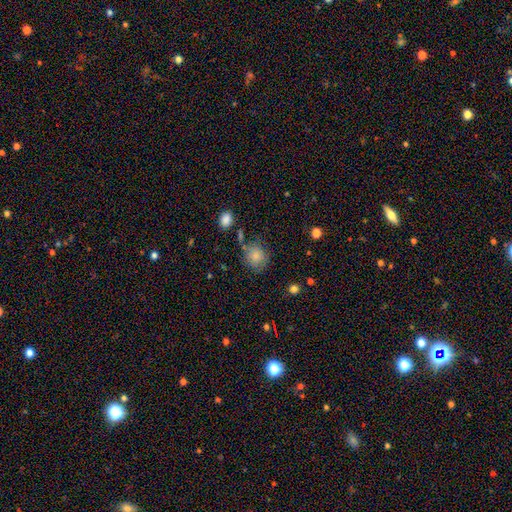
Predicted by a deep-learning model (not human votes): Overall: smooth (81%). How rounded: round (78%). Merging: none (68%).